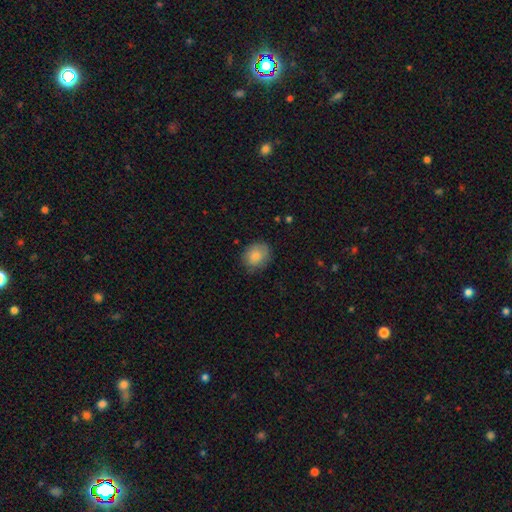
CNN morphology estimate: This is clearly a smooth galaxy (85%). How rounded: likely round (60%). Merging: likely none (77%).